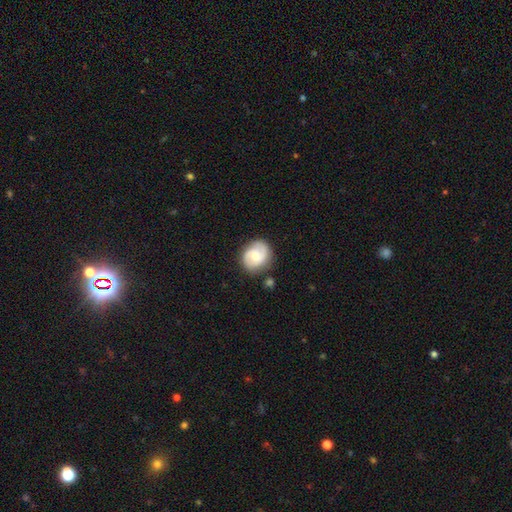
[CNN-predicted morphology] smooth_or_featured: featured or disk (p=0.62) [alt: smooth p=0.31]
disk_edge_on: no (p=0.98) [alt: yes p=0.02]
bar: no (p=0.57) [alt: weak p=0.37]
has_spiral_arms: yes (p=0.93) [alt: no p=0.07]
spiral_winding: medium (p=0.46) [alt: tight p=0.34]
spiral_arm_count: 2 (p=0.77) [alt: can't tell p=0.09]
bulge_size: moderate (p=0.46) [alt: small p=0.42]
merging: none (p=0.78) [alt: minor disturbance p=0.15]